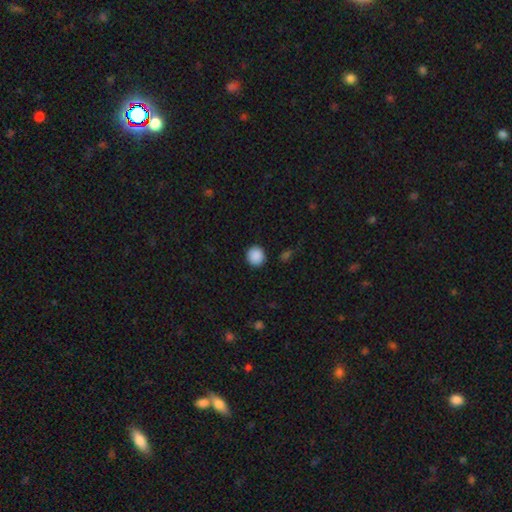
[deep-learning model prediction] Q: Smooth or featured?
A: smooth (89%); runner-up: star or artifact (9%)
Q: How rounded?
A: round (91%); runner-up: in between (8%)
Q: Merging?
A: none (91%); runner-up: minor disturbance (6%)